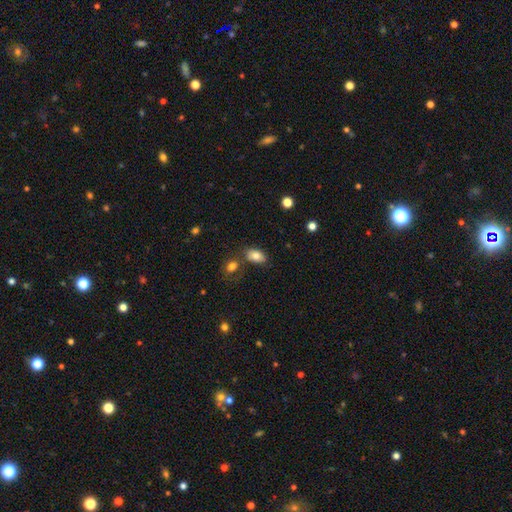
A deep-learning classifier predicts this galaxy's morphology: Smooth or featured? smooth (82%)
How rounded? in between (90%)
Merging? none (69%)